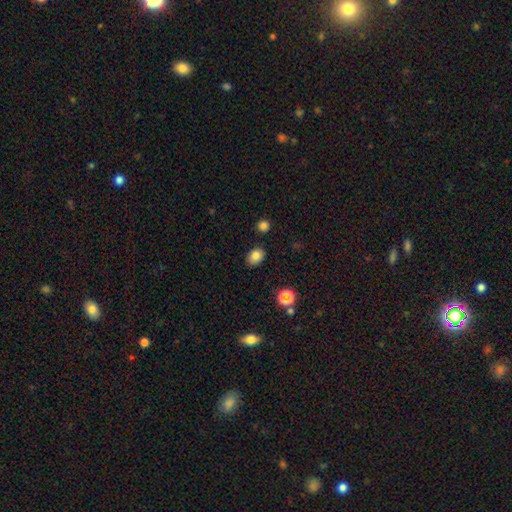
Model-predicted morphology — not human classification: A smooth galaxy with no disk features (84%) that is in between round and cigar-shaped (69%).

Vote fractions:
- Smooth or featured? smooth: 84% / star or artifact: 10% / featured or disk: 6%
- How rounded? in between: 69% / round: 30% / cigar-shaped: 1%
- Merging? none: 86% / minor disturbance: 10% / merger: 2% / major disturbance: 2%